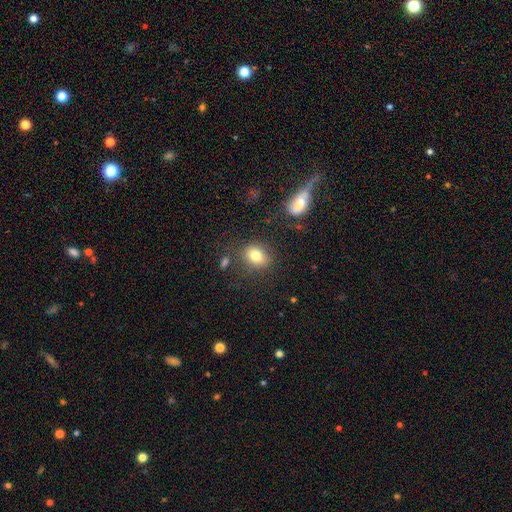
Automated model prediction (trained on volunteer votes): Overall: smooth (80%). How rounded: in between (54%; round 45%). Merging: none (79%).